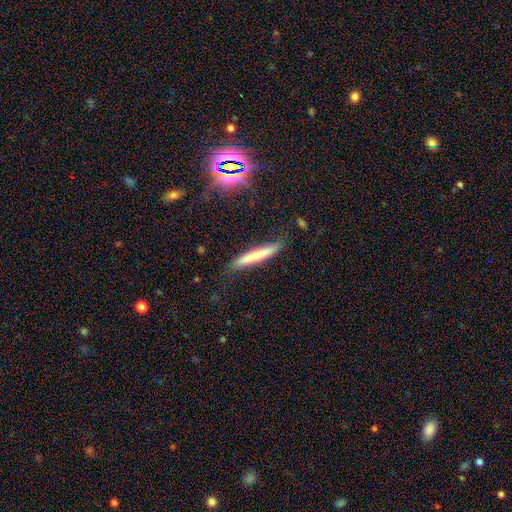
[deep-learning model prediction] Smooth or featured? smooth (69%)
How rounded? cigar-shaped (95%)
Merging? none (84%)